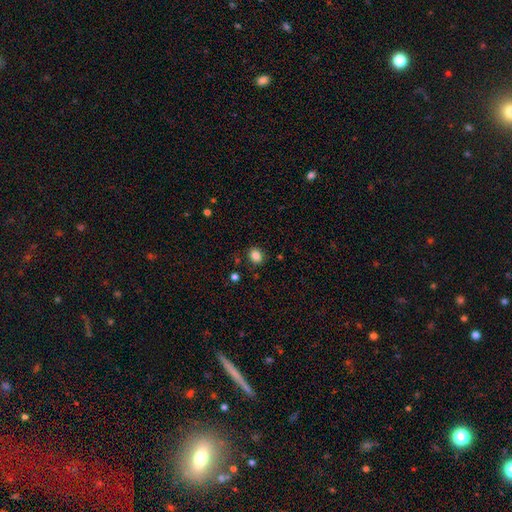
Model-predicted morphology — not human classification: This is clearly a smooth galaxy (85%). How rounded: possibly in between (52%). Merging: clearly none (86%).